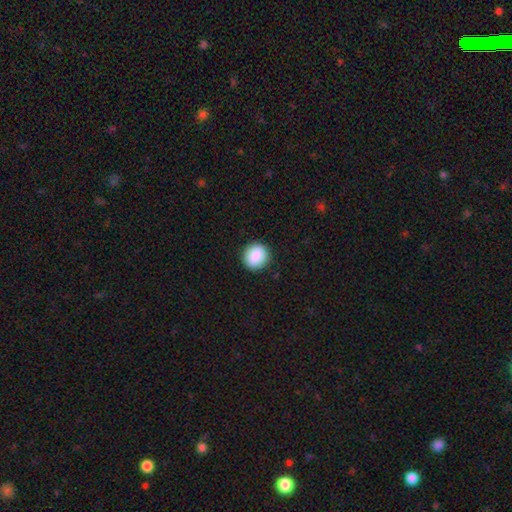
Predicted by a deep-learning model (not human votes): Morphology: type=smooth (89%); roundness=round (87%); merging=none (91%).